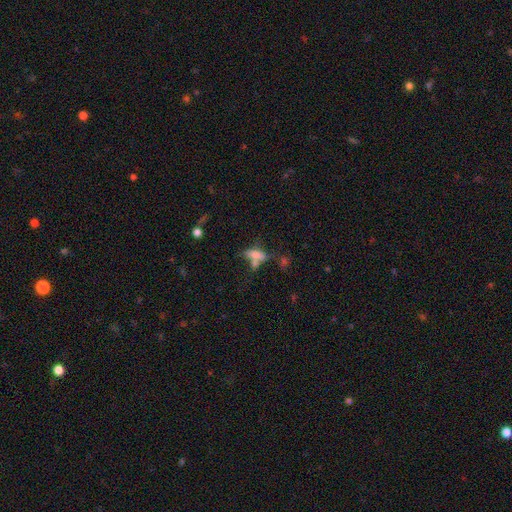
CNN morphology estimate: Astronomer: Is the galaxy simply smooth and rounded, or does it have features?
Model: smooth — 61%.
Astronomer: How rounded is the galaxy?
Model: in between — 59% (runner-up: cigar-shaped, 36%).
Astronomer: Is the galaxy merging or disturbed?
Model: none — 38% (runner-up: merger, 34%).